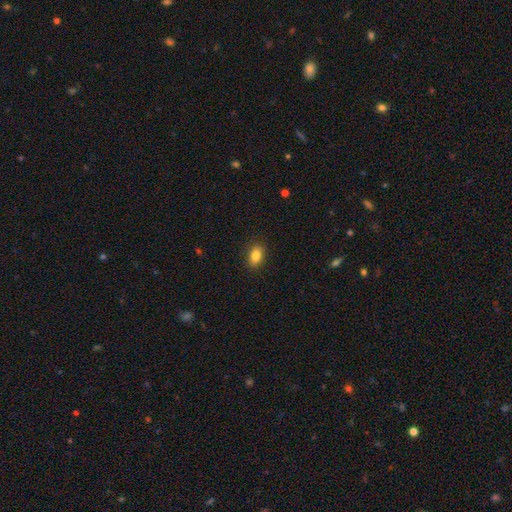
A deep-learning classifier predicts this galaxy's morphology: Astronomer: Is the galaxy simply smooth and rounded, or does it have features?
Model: smooth — 84%.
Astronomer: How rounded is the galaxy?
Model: in between — 85%.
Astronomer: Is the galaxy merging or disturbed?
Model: none — 87%.